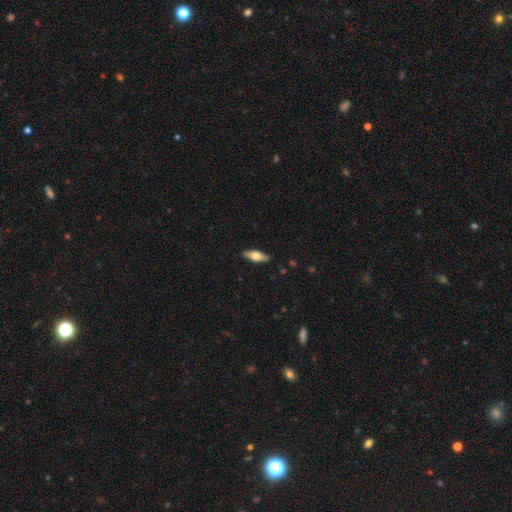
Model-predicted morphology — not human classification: Smooth or featured: smooth — 55% (featured or disk — 39%)
How rounded: in between — 64% (cigar-shaped — 34%)
Merging: none — 88% (minor disturbance — 9%)